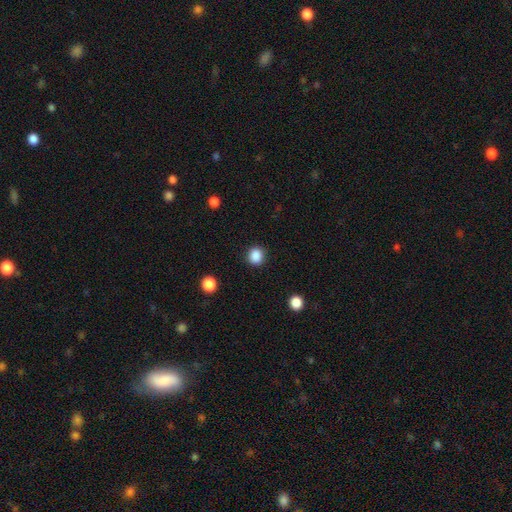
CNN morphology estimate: A smooth galaxy with no disk features (87%) that is round (83%).

Vote fractions:
- Smooth or featured? smooth: 87% / star or artifact: 11% / featured or disk: 3%
- How rounded? round: 83% / in between: 16% / cigar-shaped: 1%
- Merging? none: 89% / minor disturbance: 7% / major disturbance: 2% / merger: 1%